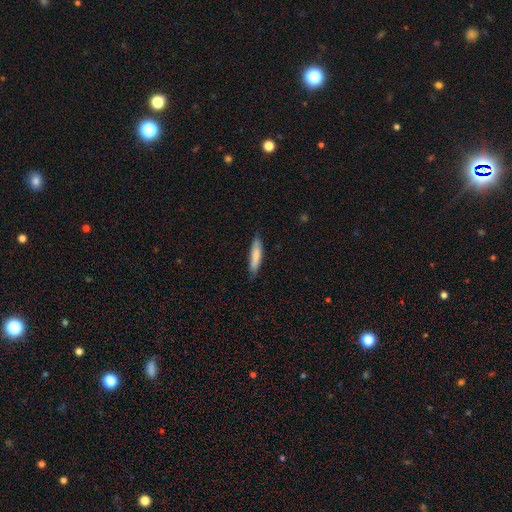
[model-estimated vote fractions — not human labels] A smooth galaxy with no disk features (80%) that is cigar-shaped (79%).

Vote fractions:
- Smooth or featured? smooth: 80% / featured or disk: 15% / star or artifact: 5%
- How rounded? cigar-shaped: 79% / in between: 20% / round: 1%
- Merging? none: 80% / minor disturbance: 16% / major disturbance: 2% / merger: 1%